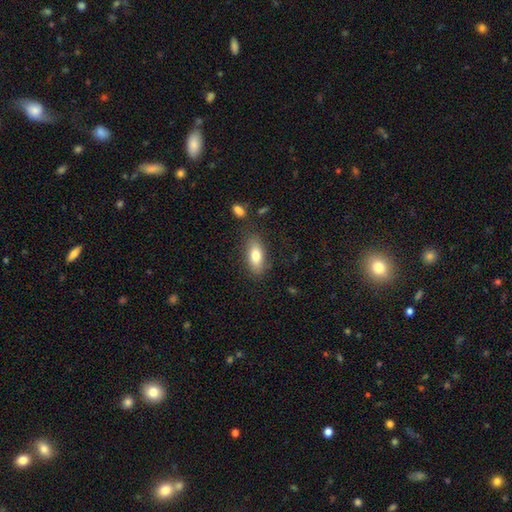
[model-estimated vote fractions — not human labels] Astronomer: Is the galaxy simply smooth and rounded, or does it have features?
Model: smooth — 78%.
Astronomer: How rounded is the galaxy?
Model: in between — 81%.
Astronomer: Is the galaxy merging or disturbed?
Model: none — 79%.